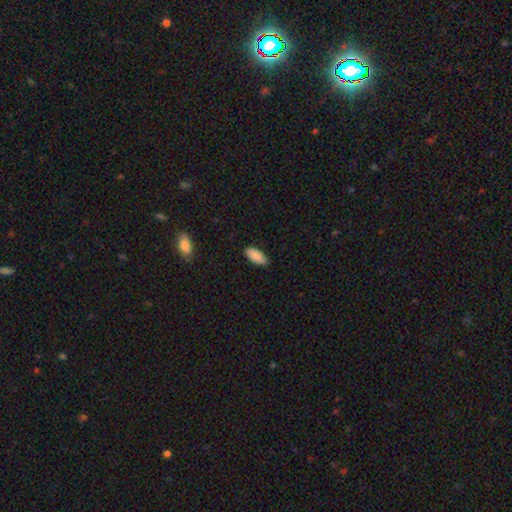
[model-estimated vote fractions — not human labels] smooth-or-featured: smooth: 88% | star or artifact: 6% | featured or disk: 6%
  how-rounded: in between: 85% | cigar-shaped: 13% | round: 2%
  merging: none: 82% | minor disturbance: 14% | major disturbance: 2% | merger: 1%